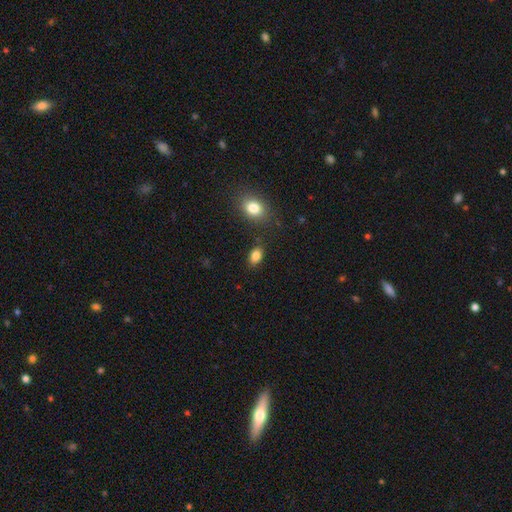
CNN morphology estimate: Smooth or featured? Predicted: smooth (p=0.84). How rounded? Predicted: in between (p=0.86). Merging? Predicted: none (p=0.83).